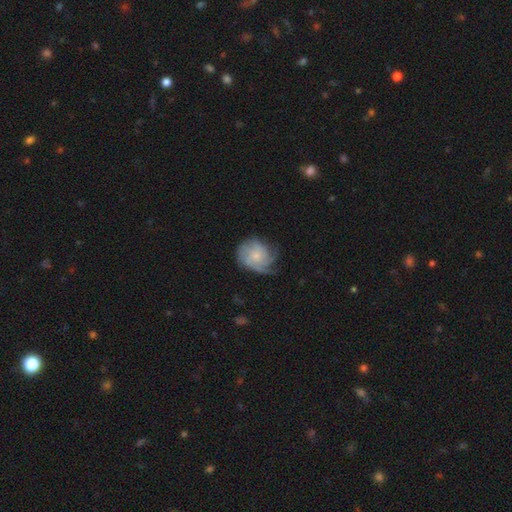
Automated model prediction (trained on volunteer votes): Smooth or featured? featured or disk (69%)
Edge-on disk? no (98%)
Bar? no (79%)
Spiral arms? yes (93%)
Spiral winding? tight (49%)
Spiral arm count? can't tell (30%)
Bulge size? small (66%)
Merging? none (55%)